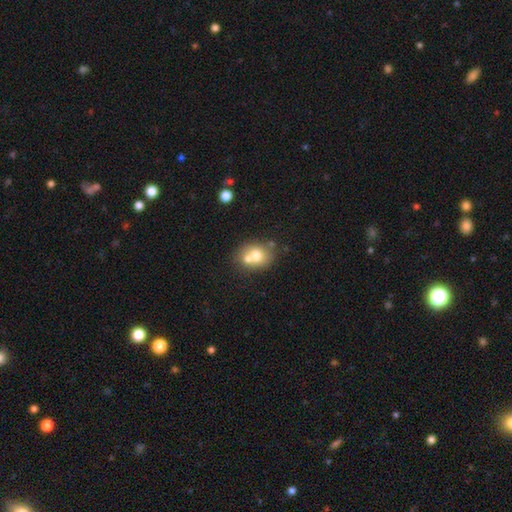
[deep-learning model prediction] Smooth or featured? Predicted: smooth (p=0.67). How rounded? Predicted: round (p=0.61). Merging? Predicted: none (p=0.44).